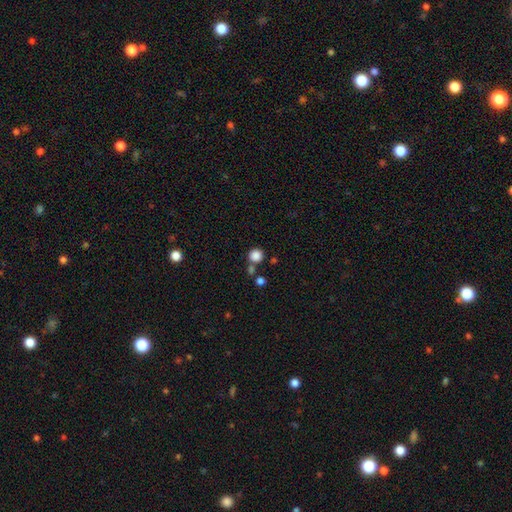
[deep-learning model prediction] Smooth or featured: smooth — 85% (star or artifact — 11%)
How rounded: round — 93% (in between — 6%)
Merging: none — 70% (merger — 18%)